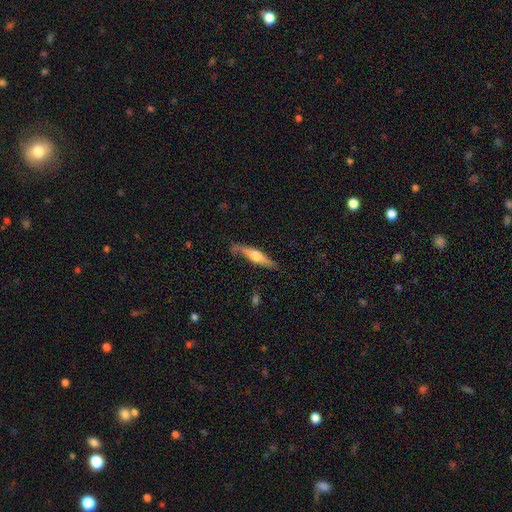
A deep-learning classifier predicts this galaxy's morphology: Overall: featured or disk (59%; smooth 36%). Edge-on disk: yes (91%). Edge-on bulge: rounded (89%). Merging: none (72%).